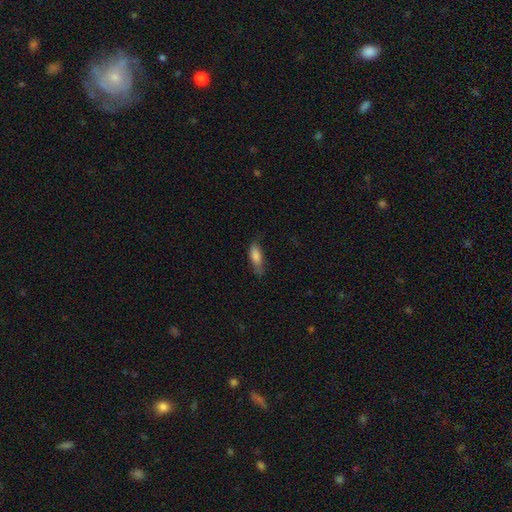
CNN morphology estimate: Smooth or featured: smooth — 79% (featured or disk — 14%)
How rounded: in between — 70% (cigar-shaped — 27%)
Merging: none — 58% (minor disturbance — 30%)